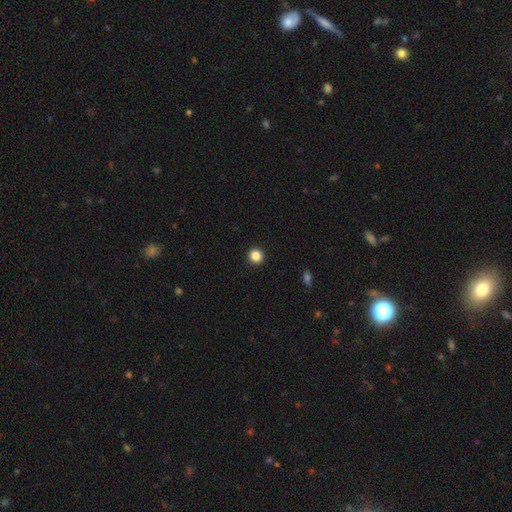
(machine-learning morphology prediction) This appears to be a smooth galaxy with no disk features (86%) that is round (93%). Merging: none (93%).